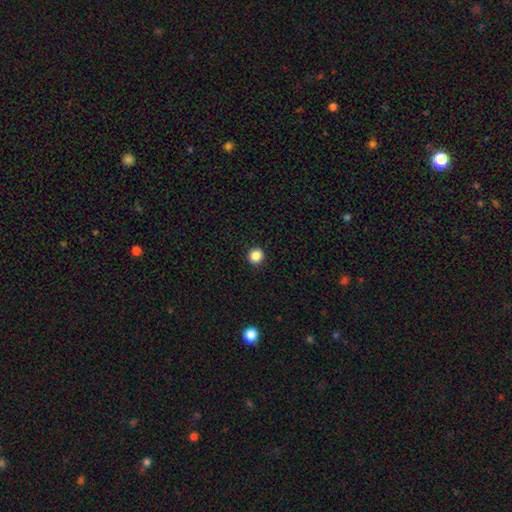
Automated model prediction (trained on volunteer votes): Morphology: type=smooth (87%); roundness=round (94%); merging=none (93%).